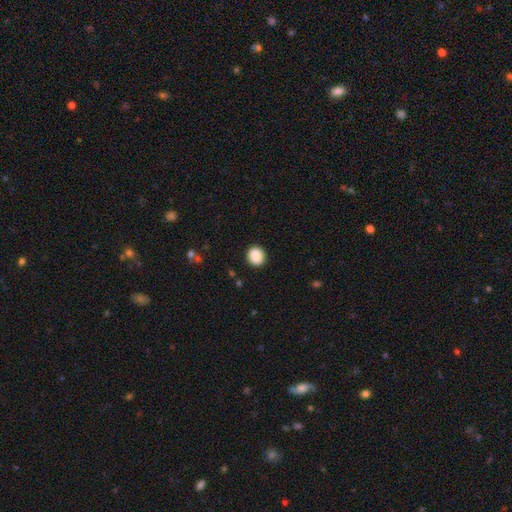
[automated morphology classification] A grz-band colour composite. It shows a smooth galaxy with no disk features (88%) that is round (83%). Merging: none (90%).